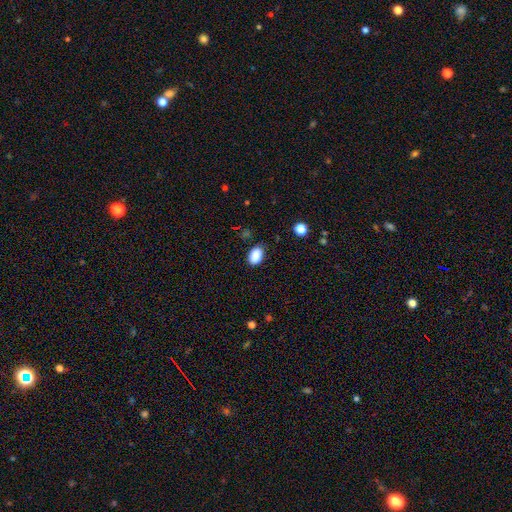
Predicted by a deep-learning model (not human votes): This is clearly a smooth galaxy (89%). How rounded: clearly in between (84%). Merging: likely none (79%).